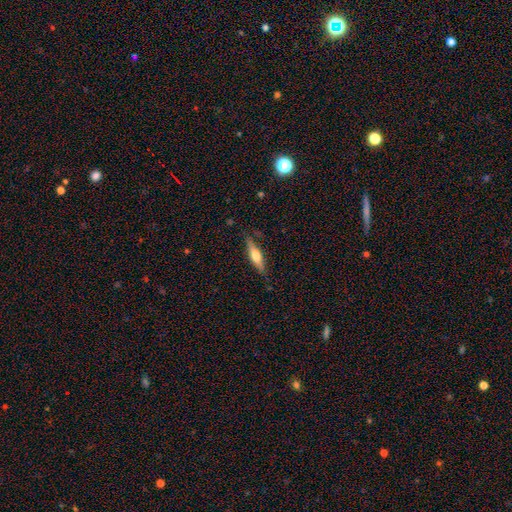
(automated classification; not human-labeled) Q: Smooth or featured?
A: featured or disk (51%); runner-up: smooth (43%)
Q: Edge-on disk?
A: yes (94%); runner-up: no (6%)
Q: Merging?
A: none (81%); runner-up: minor disturbance (14%)